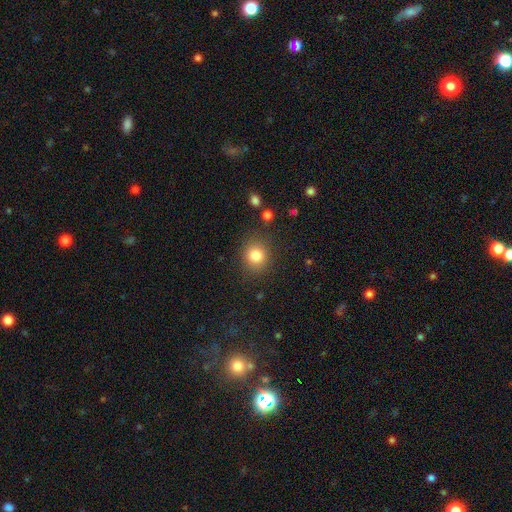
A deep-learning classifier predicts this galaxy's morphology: Smooth or featured?
  - smooth: 82% *
  - star or artifact: 11%
  - featured or disk: 7%
How rounded?
  - round: 82% *
  - in between: 17%
  - cigar-shaped: 1%
Merging?
  - none: 85% *
  - minor disturbance: 9%
  - major disturbance: 4%
  - merger: 2%